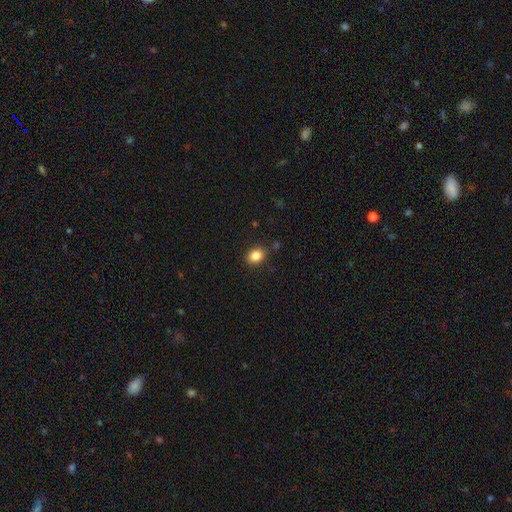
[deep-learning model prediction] This appears to be a smooth galaxy with no disk features (85%) that is in between round and cigar-shaped (57%). Merging: none (87%).